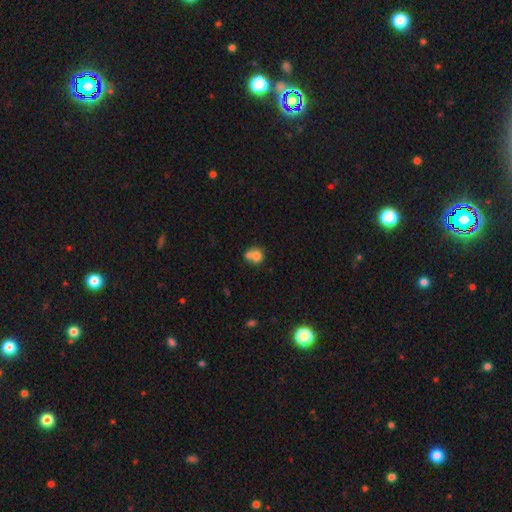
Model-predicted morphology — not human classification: Smooth or featured? Predicted: smooth (p=0.74). How rounded? Predicted: round (p=0.77). Merging? Predicted: merger (p=0.57).